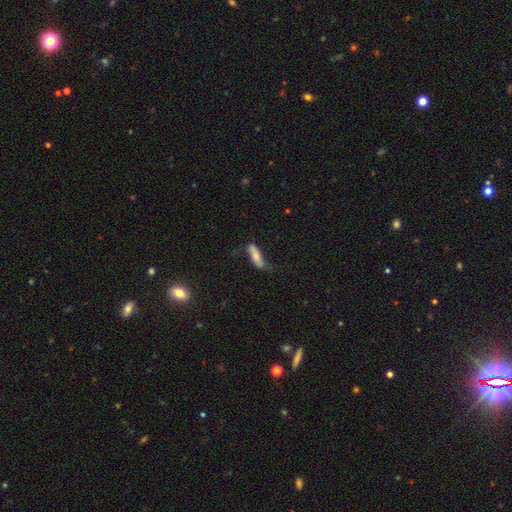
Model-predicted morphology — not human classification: smooth 64%, featured or disk 29%, star or artifact 7%. Down the decision tree: how rounded — cigar-shaped (53%); merging — none (53%).